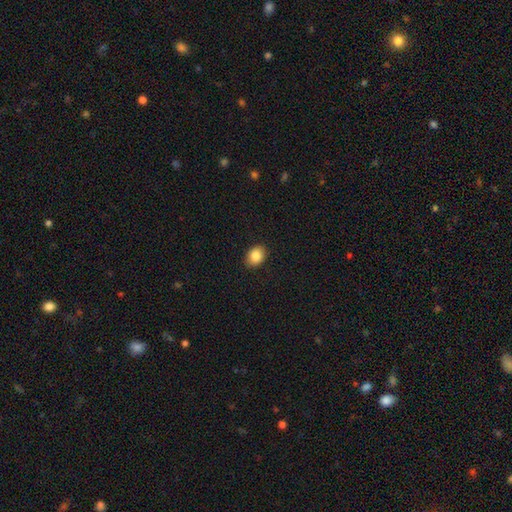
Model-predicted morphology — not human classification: Smooth or featured? smooth (86%)
How rounded? in between (69%)
Merging? none (90%)